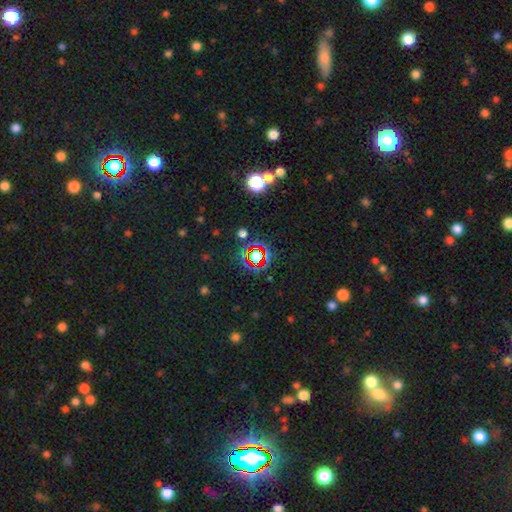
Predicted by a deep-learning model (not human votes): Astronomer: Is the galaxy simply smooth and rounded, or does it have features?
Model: star or artifact — 68%.